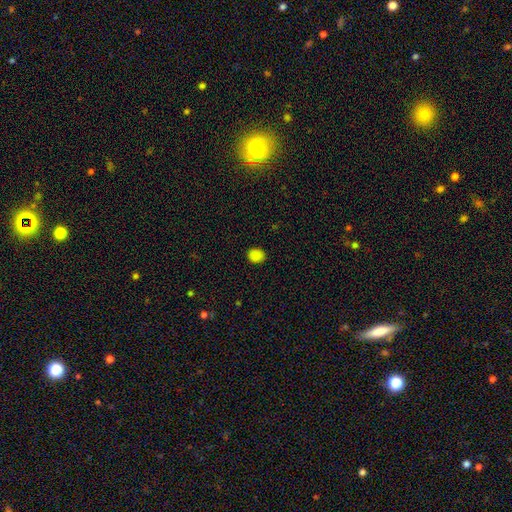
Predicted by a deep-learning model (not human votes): This is clearly a smooth galaxy (85%). How rounded: likely round (73%). Merging: clearly none (88%).